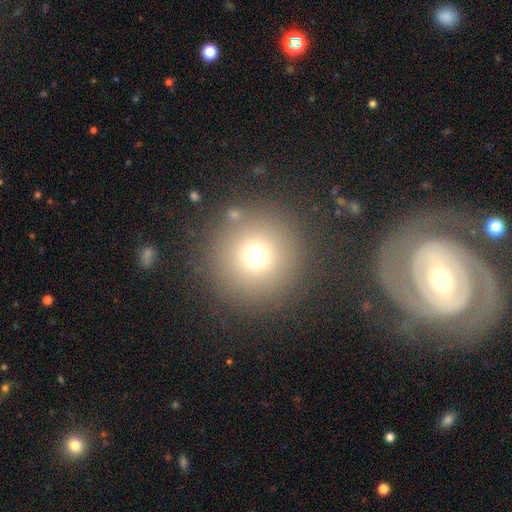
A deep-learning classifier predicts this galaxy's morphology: smooth-or-featured: smooth: 72% | star or artifact: 18% | featured or disk: 10%
  how-rounded: round: 96% | in between: 3% | cigar-shaped: 1%
  merging: none: 86% | minor disturbance: 6% | major disturbance: 4% | merger: 3%